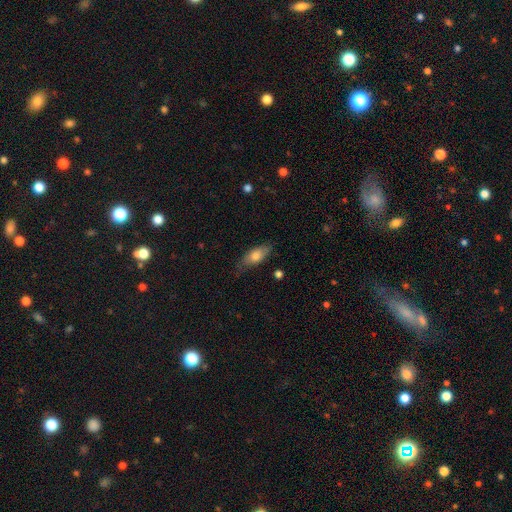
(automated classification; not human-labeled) Smooth or featured? Predicted: smooth (p=0.71). How rounded? Predicted: in between (p=0.79). Merging? Predicted: none (p=0.66).